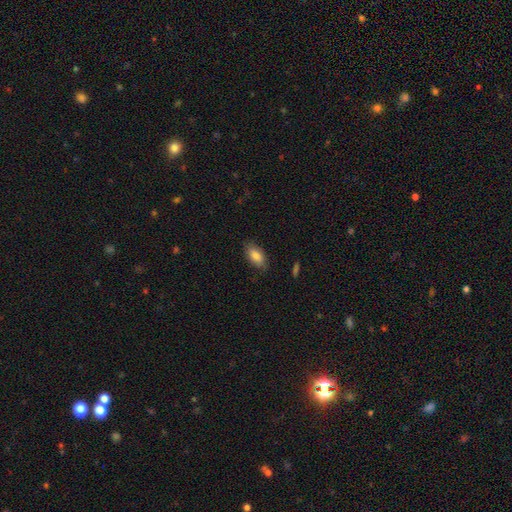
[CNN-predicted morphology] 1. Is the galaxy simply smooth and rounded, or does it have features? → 86% smooth, 8% featured or disk, 7% star or artifact.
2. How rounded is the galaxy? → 90% in between, 7% cigar-shaped, 3% round.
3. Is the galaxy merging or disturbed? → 83% none, 13% minor disturbance, 3% major disturbance, 1% merger.